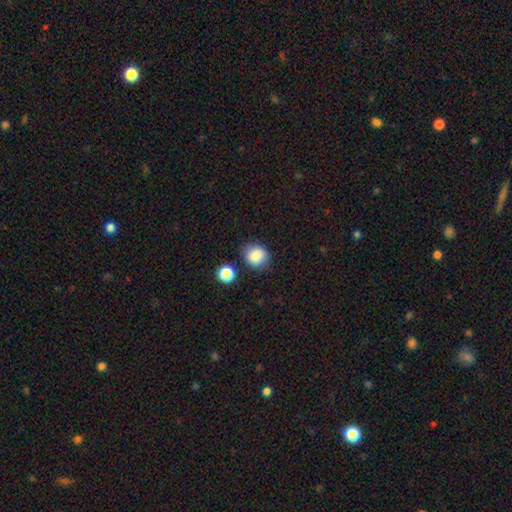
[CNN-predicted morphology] A smooth galaxy with no disk features (84%) that is round (75%).

Vote fractions:
- Smooth or featured? smooth: 84% / star or artifact: 10% / featured or disk: 6%
- How rounded? round: 75% / in between: 24% / cigar-shaped: 1%
- Merging? none: 78% / minor disturbance: 13% / merger: 5% / major disturbance: 3%